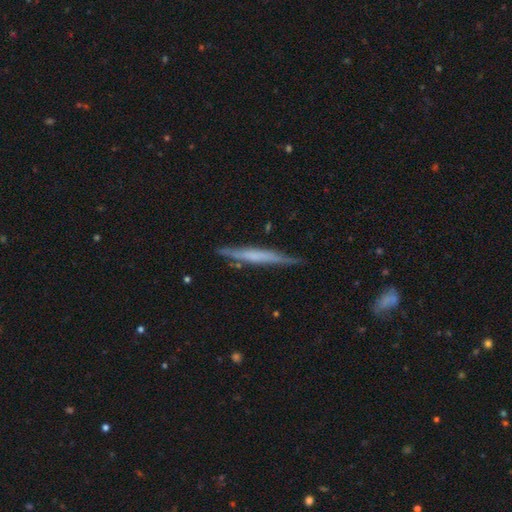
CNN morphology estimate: This appears to be a featured or disk galaxy (55%) viewed edge-on (95%) with no central bulge (62%). Merging: none (79%).